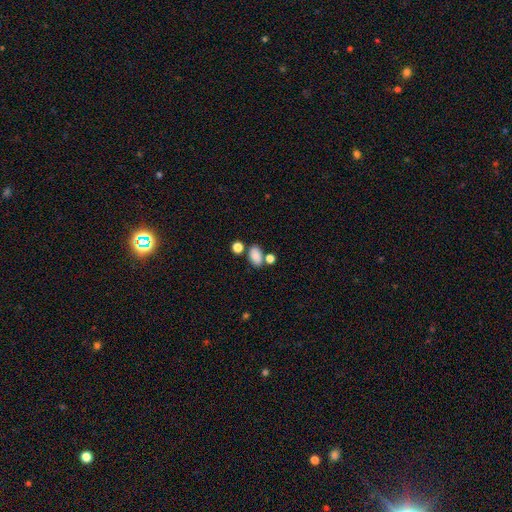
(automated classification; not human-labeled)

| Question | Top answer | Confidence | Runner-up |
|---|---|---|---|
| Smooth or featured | smooth | 84% | star or artifact (10%) |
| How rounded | in between | 87% | round (12%) |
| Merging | none | 65% | merger (18%) |